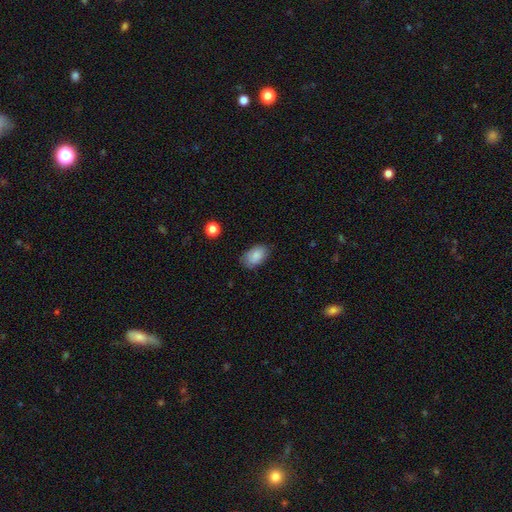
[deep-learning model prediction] This appears to be a smooth galaxy with no disk features (87%) that is in between round and cigar-shaped (92%). Merging: none (79%).